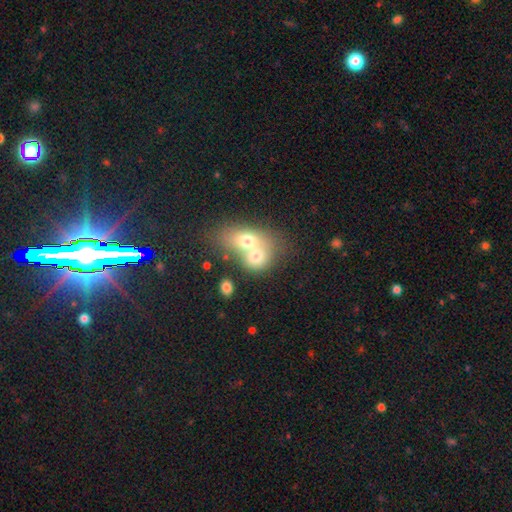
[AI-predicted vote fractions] A smooth galaxy with no disk features (65%) that is in between round and cigar-shaped (55%).

Vote fractions:
- Smooth or featured? smooth: 65% / featured or disk: 25% / star or artifact: 10%
- How rounded? in between: 55% / round: 43% / cigar-shaped: 2%
- Merging? merger: 73% / none: 17% / minor disturbance: 6% / major disturbance: 4%